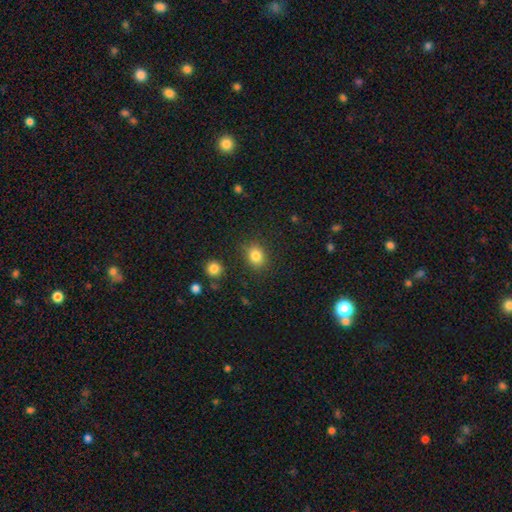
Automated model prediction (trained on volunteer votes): Smooth or featured? smooth (84%)
How rounded? round (54%)
Merging? none (85%)